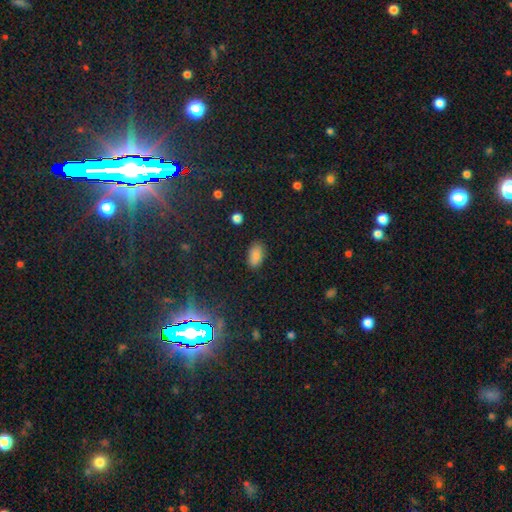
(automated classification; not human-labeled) smooth-or-featured: smooth: 81% | star or artifact: 12% | featured or disk: 7%
  how-rounded: in between: 93% | round: 5% | cigar-shaped: 2%
  merging: none: 84% | minor disturbance: 12% | major disturbance: 3% | merger: 2%